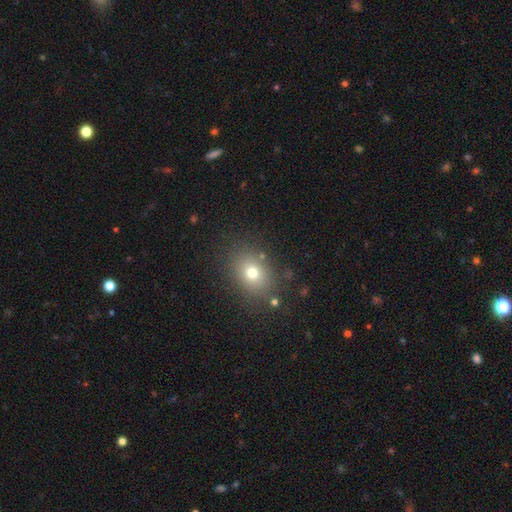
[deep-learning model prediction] Morphology: type=smooth (66%); roundness=round (53%); merging=none (88%).